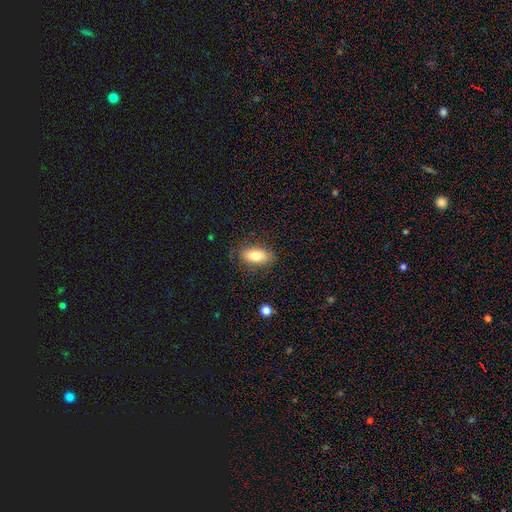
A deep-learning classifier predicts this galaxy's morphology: The model was most divided on "smooth or featured": smooth: 78%, featured or disk: 14%, star or artifact: 8%. More confident: how rounded — in between (89%); merging — none (82%).